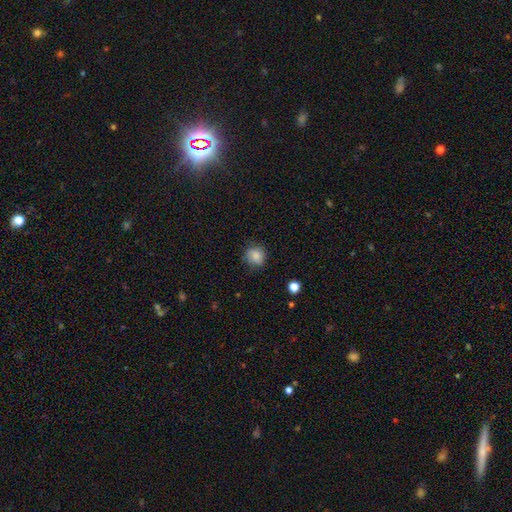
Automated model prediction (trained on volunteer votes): This is clearly a smooth galaxy (83%). How rounded: likely round (77%). Merging: likely none (70%).